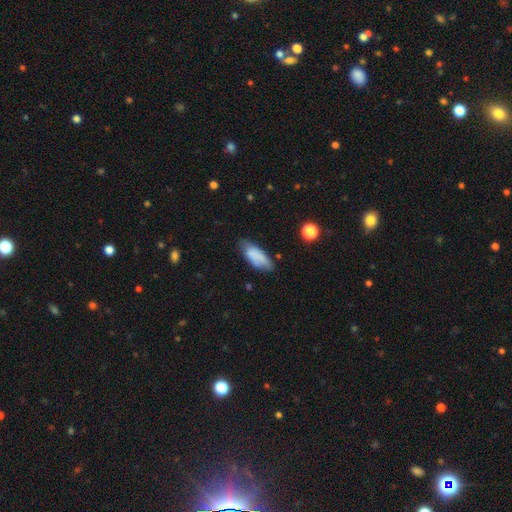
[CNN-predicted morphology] Smooth or featured? smooth (78%)
How rounded? in between (78%)
Merging? none (63%)